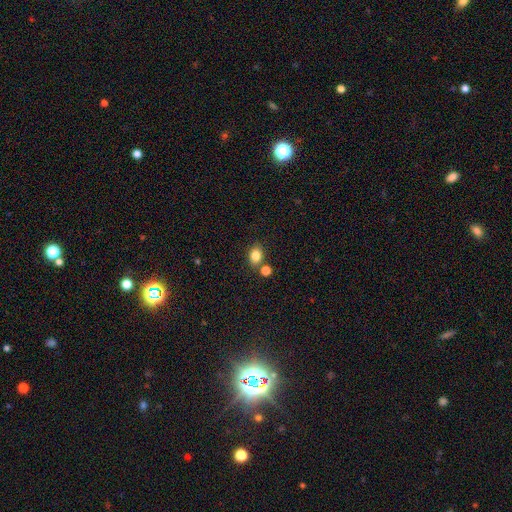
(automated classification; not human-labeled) Overall: smooth (83%). How rounded: in between (58%; round 41%). Merging: none (70%).